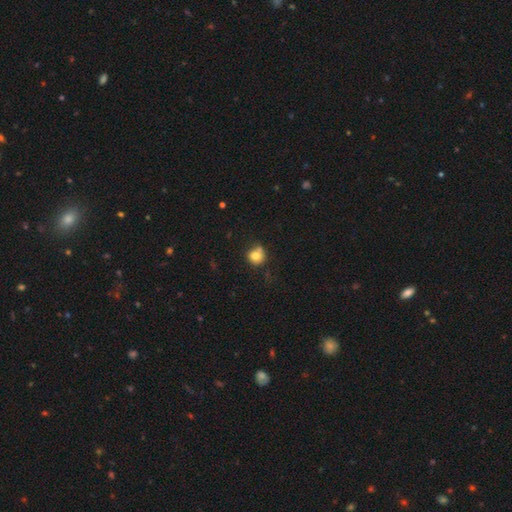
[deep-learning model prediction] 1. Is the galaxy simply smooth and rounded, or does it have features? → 78% smooth, 11% featured or disk, 11% star or artifact.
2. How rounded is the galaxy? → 86% round, 13% in between, 1% cigar-shaped.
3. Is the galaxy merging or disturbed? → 58% none, 18% merger, 18% minor disturbance, 6% major disturbance.